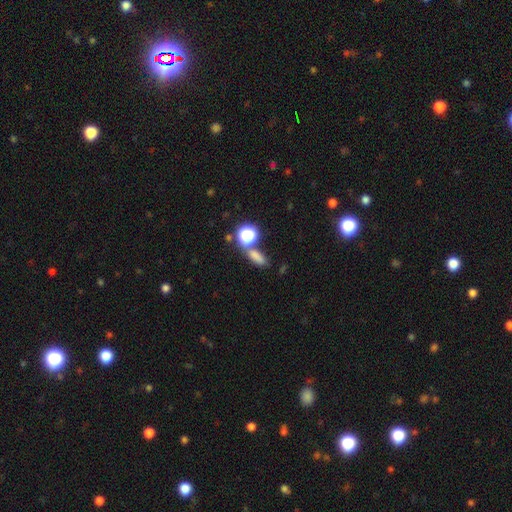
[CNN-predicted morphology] type=smooth (72%); roundness=in between (61%); merging=none (64%).